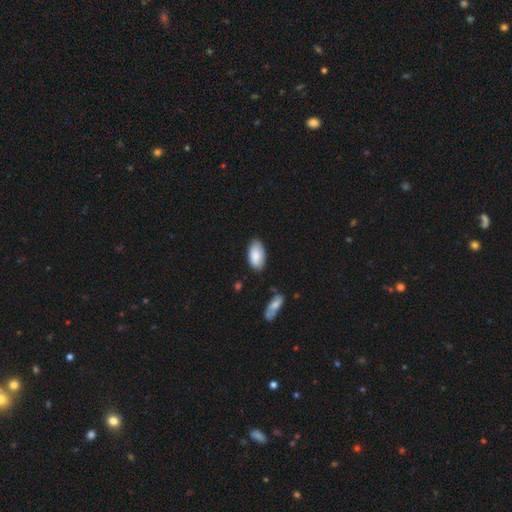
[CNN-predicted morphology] smooth-or-featured: smooth: 86% | featured or disk: 8% | star or artifact: 6%
  how-rounded: in between: 95% | cigar-shaped: 2% | round: 2%
  merging: none: 73% | minor disturbance: 21% | major disturbance: 3% | merger: 3%